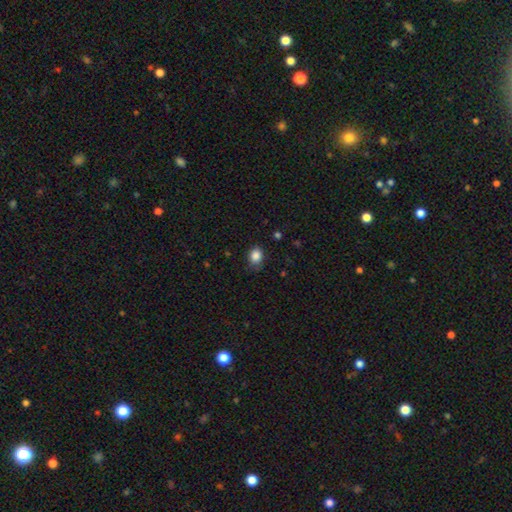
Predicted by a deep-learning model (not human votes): Smooth or featured? Predicted: smooth (p=0.86). How rounded? Predicted: in between (p=0.52). Merging? Predicted: none (p=0.74).